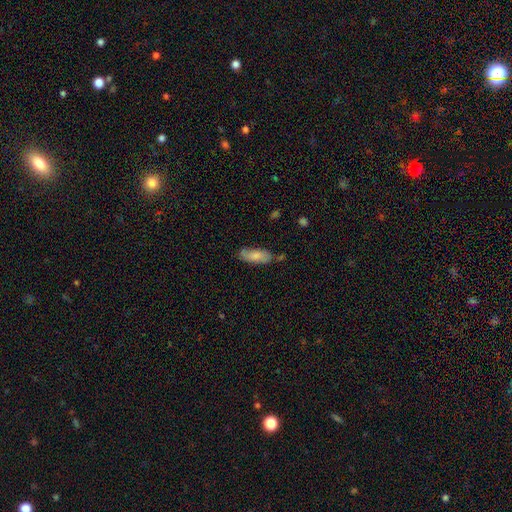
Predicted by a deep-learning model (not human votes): smooth_or_featured: smooth (p=0.75) [alt: featured or disk p=0.19]
how_rounded: in between (p=0.72) [alt: cigar-shaped p=0.26]
merging: none (p=0.72) [alt: minor disturbance p=0.19]